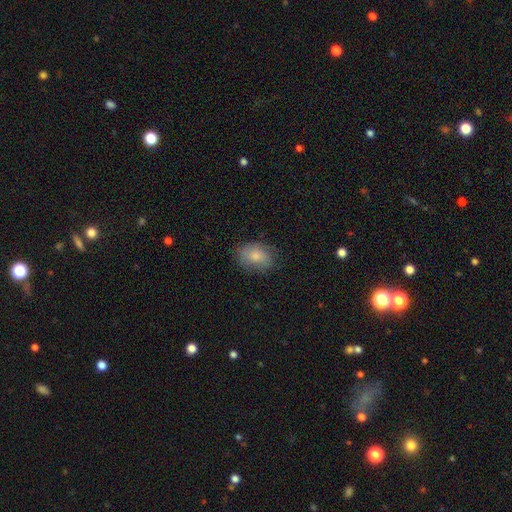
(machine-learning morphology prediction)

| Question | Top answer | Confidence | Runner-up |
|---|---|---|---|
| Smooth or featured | smooth | 78% | featured or disk (14%) |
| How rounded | in between | 76% | round (23%) |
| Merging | none | 72% | minor disturbance (21%) |